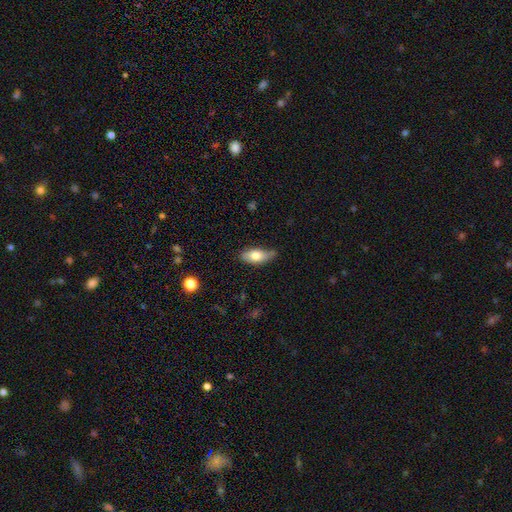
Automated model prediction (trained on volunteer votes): smooth 72%, featured or disk 21%, star or artifact 7%. Down the decision tree: how rounded — in between (86%); merging — none (56%).